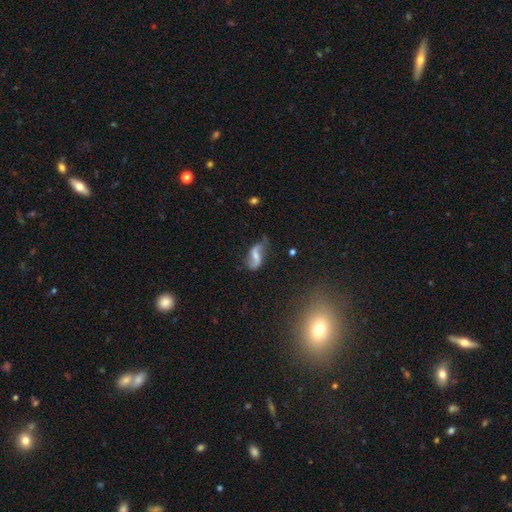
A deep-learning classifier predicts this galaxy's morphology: smooth_or_featured: featured or disk (p=0.75) [alt: smooth p=0.17]
disk_edge_on: no (p=0.96) [alt: yes p=0.04]
bar: weak (p=0.45) [alt: strong p=0.29]
has_spiral_arms: yes (p=0.91) [alt: no p=0.09]
spiral_winding: loose (p=0.83) [alt: medium p=0.13]
spiral_arm_count: 2 (p=0.90) [alt: 1 p=0.04]
bulge_size: small (p=0.45) [alt: moderate p=0.31]
merging: none (p=0.61) [alt: minor disturbance p=0.24]